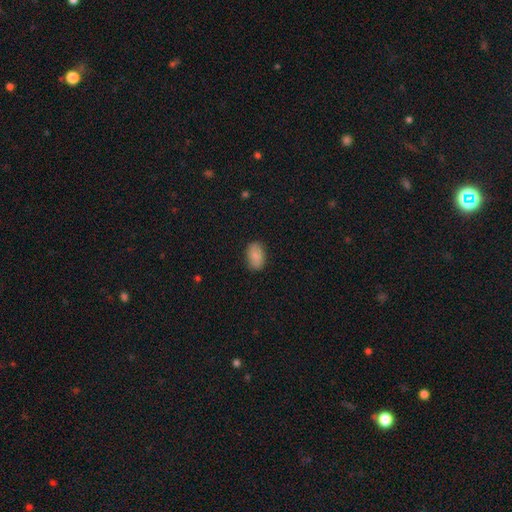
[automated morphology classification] Overall: smooth (85%). How rounded: in between (90%). Merging: none (86%).